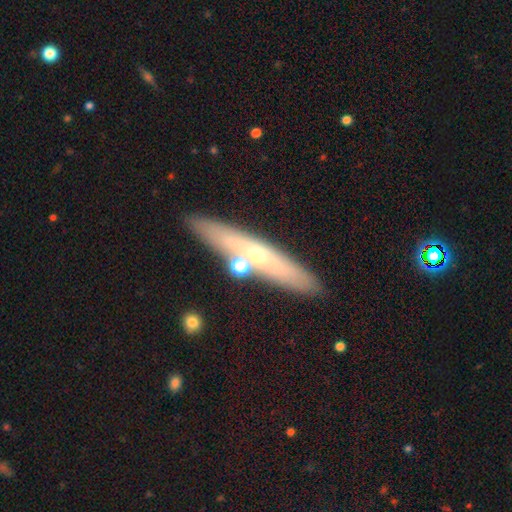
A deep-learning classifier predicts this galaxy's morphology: type=featured or disk (50%); merging=none (78%).